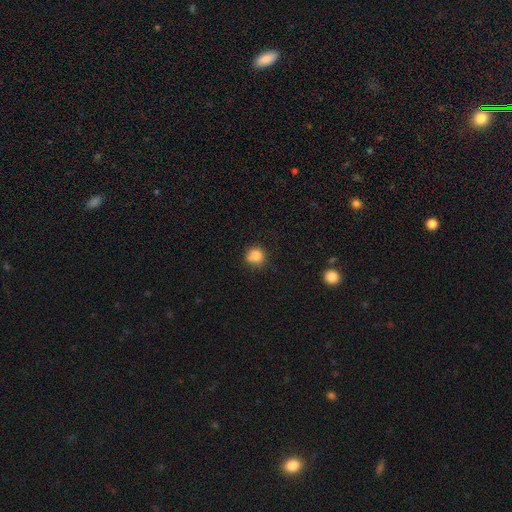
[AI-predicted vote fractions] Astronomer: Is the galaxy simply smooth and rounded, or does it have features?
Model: smooth — 83%.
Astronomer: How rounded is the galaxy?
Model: round — 89%.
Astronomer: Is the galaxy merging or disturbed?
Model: none — 72%.